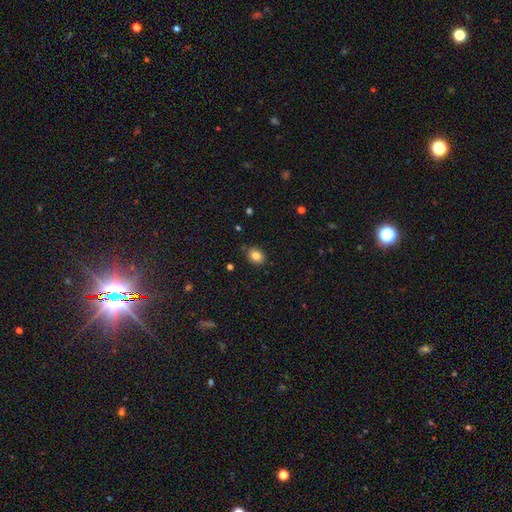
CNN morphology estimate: Overall: smooth (84%). How rounded: in between (60%; round 39%). Merging: none (84%).